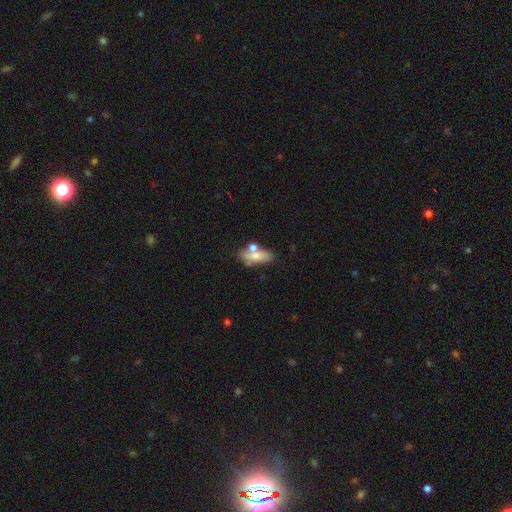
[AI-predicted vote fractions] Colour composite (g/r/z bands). It shows a smooth galaxy with no disk features (63%) that is in between round and cigar-shaped (70%). Merging: none (46%).